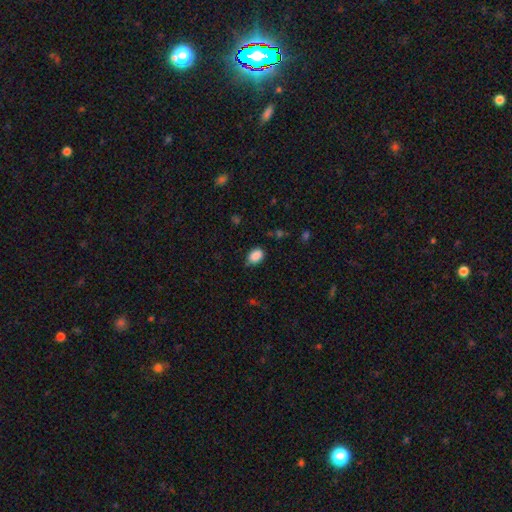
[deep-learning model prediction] Smooth or featured? smooth (88%)
How rounded? in between (78%)
Merging? none (72%)